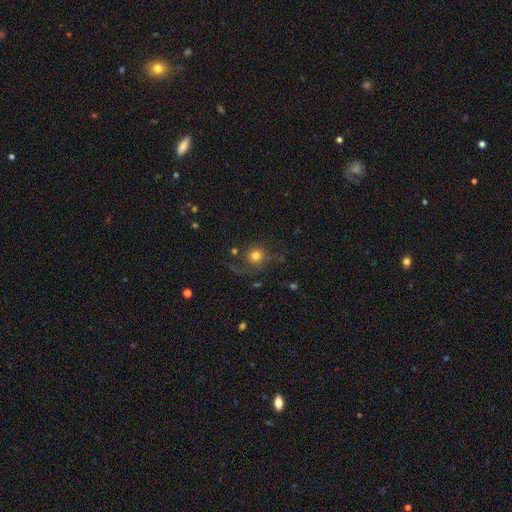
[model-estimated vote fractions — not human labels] This appears to be a smooth galaxy with no disk features (68%) that is round (90%). Merging: none (61%).